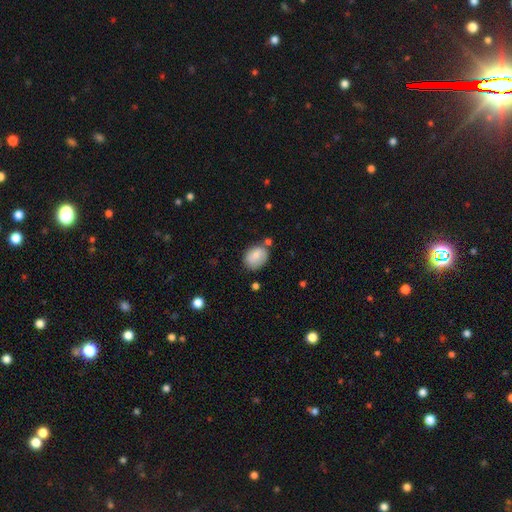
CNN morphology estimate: Smooth or featured: smooth — 76% (featured or disk — 17%)
How rounded: in between — 65% (round — 34%)
Merging: none — 63% (minor disturbance — 23%)